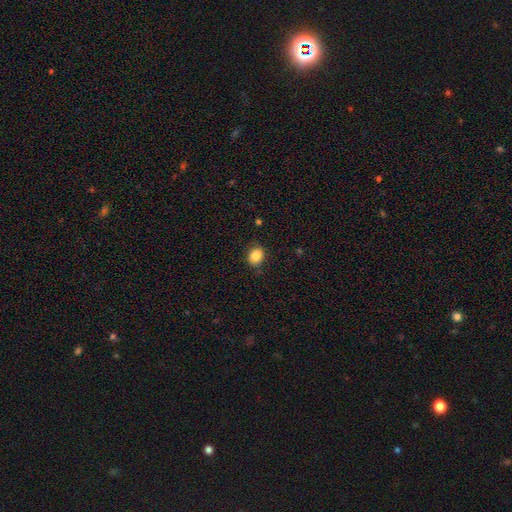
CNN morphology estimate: Smooth or featured? Predicted: smooth (p=0.85). How rounded? Predicted: in between (p=0.51). Merging? Predicted: none (p=0.84).